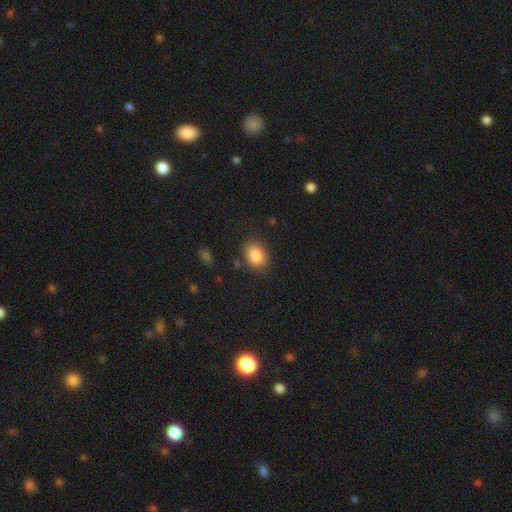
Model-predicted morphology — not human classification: This appears to be a smooth galaxy with no disk features (86%) that is in between round and cigar-shaped (71%). Merging: none (82%).